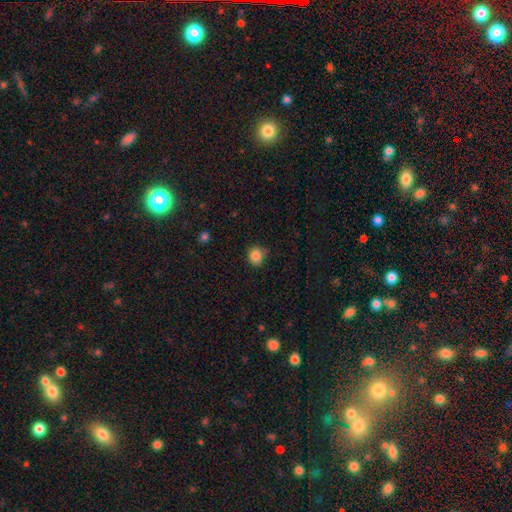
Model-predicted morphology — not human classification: smooth-or-featured: smooth: 85% | star or artifact: 11% | featured or disk: 4%
  how-rounded: round: 83% | in between: 16% | cigar-shaped: 1%
  merging: none: 76% | minor disturbance: 19% | major disturbance: 3% | merger: 2%